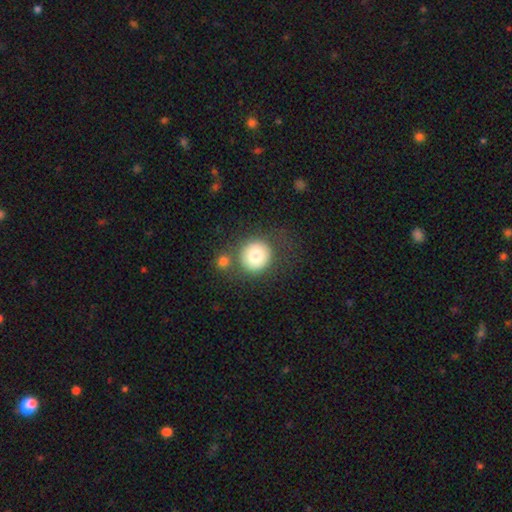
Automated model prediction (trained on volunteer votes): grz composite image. It shows a smooth galaxy with no disk features (78%) that is round (93%). Merging: none (67%).